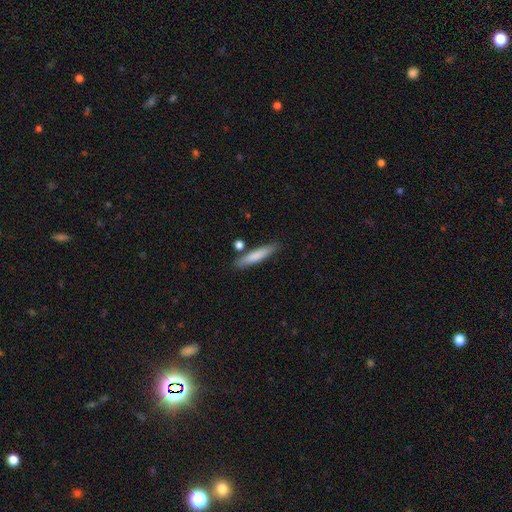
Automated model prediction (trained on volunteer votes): smooth-or-featured: smooth: 78% | featured or disk: 16% | star or artifact: 6%
  how-rounded: cigar-shaped: 87% | in between: 11% | round: 2%
  merging: none: 81% | minor disturbance: 11% | merger: 6% | major disturbance: 2%